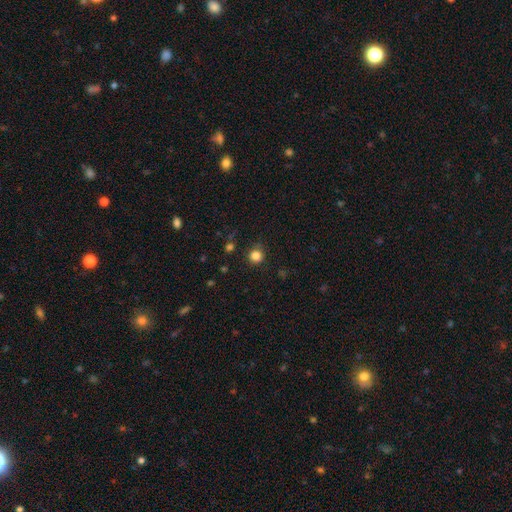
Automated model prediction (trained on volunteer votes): Smooth or featured: smooth — 83% (star or artifact — 13%)
How rounded: round — 92% (in between — 7%)
Merging: none — 86% (minor disturbance — 9%)